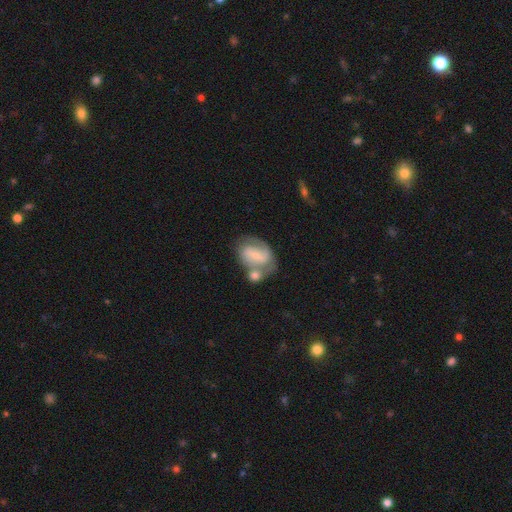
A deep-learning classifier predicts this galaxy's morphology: smooth_or_featured: featured or disk (p=0.65) [alt: smooth p=0.29]
disk_edge_on: no (p=0.97) [alt: yes p=0.03]
bar: weak (p=0.46) [alt: no p=0.29]
has_spiral_arms: yes (p=0.85) [alt: no p=0.15]
spiral_winding: medium (p=0.47) [alt: tight p=0.31]
spiral_arm_count: 2 (p=0.71) [alt: 1 p=0.12]
bulge_size: small (p=0.64) [alt: moderate p=0.23]
merging: none (p=0.38) [alt: merger p=0.36]